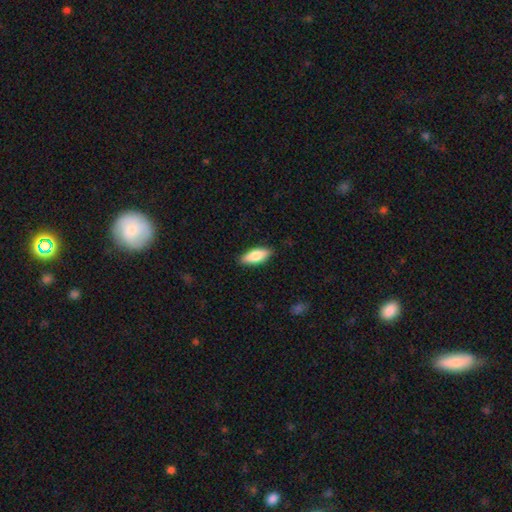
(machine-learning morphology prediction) This appears to be a smooth galaxy with no disk features (81%) that is in between round and cigar-shaped (76%). Merging: none (88%).